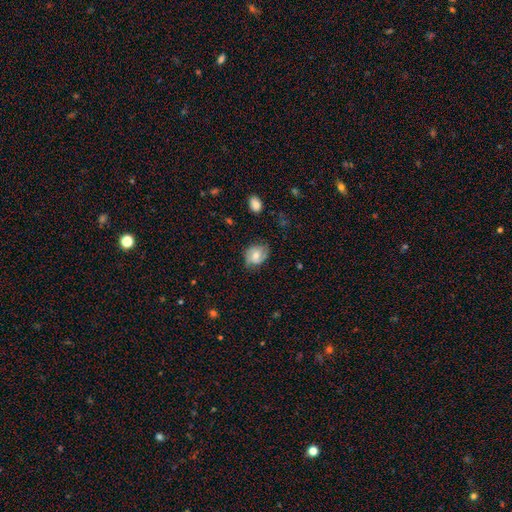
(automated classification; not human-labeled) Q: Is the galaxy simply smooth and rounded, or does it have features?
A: smooth — 49%.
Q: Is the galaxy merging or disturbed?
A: none — 68%.